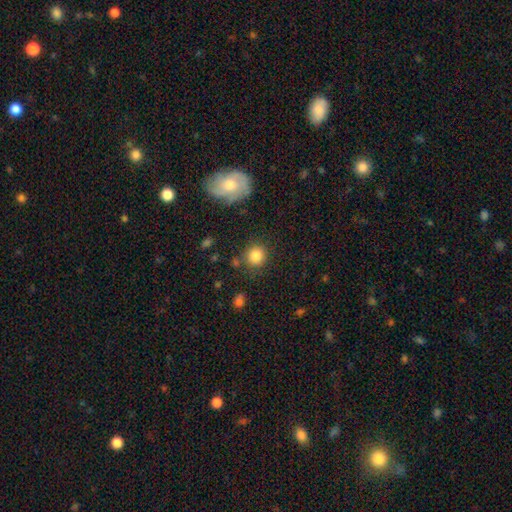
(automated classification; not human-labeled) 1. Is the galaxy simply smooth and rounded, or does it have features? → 85% smooth, 10% star or artifact, 5% featured or disk.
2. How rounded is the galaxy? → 88% round, 11% in between, 1% cigar-shaped.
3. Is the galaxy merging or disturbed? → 81% none, 10% minor disturbance, 5% merger, 4% major disturbance.